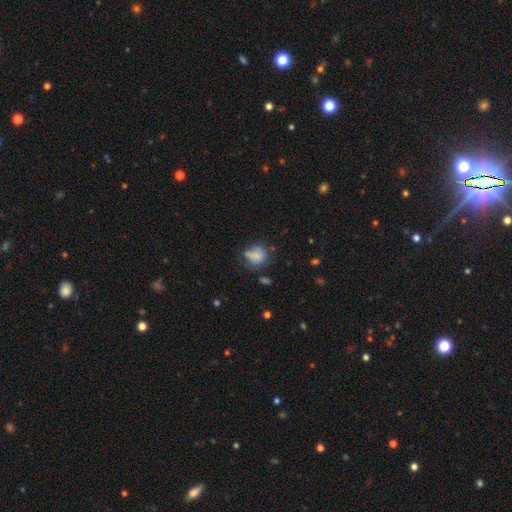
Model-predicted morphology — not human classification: Overall: smooth (73%). How rounded: round (62%; in between 37%). Merging: none (47%; minor disturbance 30%).